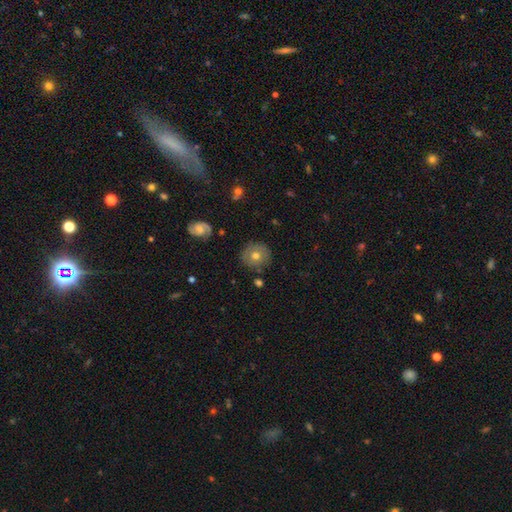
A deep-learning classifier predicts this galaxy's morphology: smooth 58%, featured or disk 32%, star or artifact 10%. Down the decision tree: how rounded — round (90%); merging — none (84%).